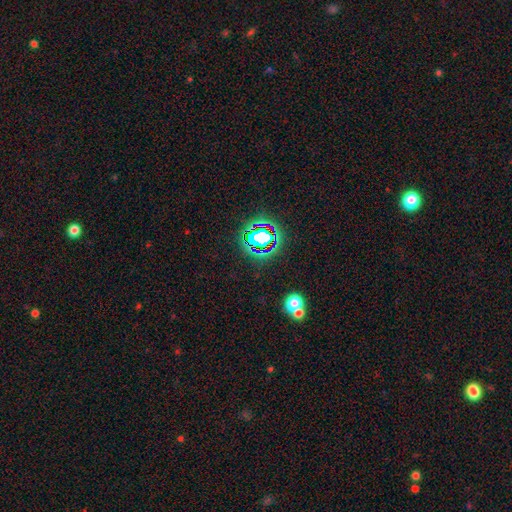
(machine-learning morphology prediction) Q: Smooth or featured?
A: star or artifact (72%); runner-up: smooth (18%)